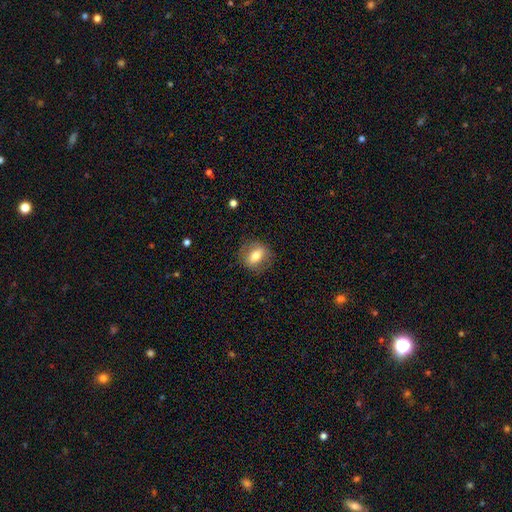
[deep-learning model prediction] smooth-or-featured: smooth: 58% | featured or disk: 34% | star or artifact: 8%
  how-rounded: round: 50% | in between: 47% | cigar-shaped: 3%
  merging: none: 80% | minor disturbance: 13% | major disturbance: 5% | merger: 1%